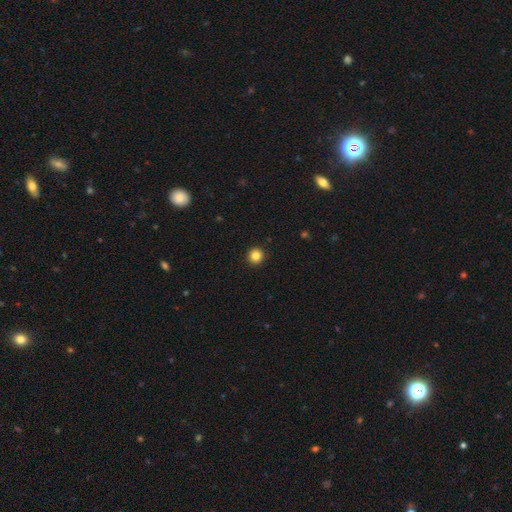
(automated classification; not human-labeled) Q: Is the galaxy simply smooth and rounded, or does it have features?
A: smooth — 84%.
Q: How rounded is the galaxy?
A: round — 95%.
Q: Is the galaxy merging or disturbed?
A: none — 94%.